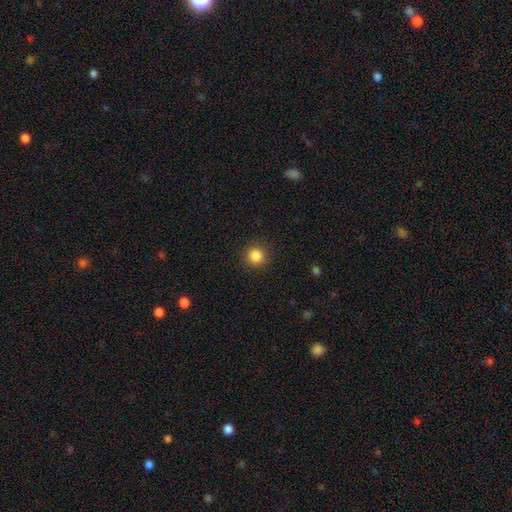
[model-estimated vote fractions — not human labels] Smooth or featured? smooth (86%)
How rounded? round (94%)
Merging? none (91%)